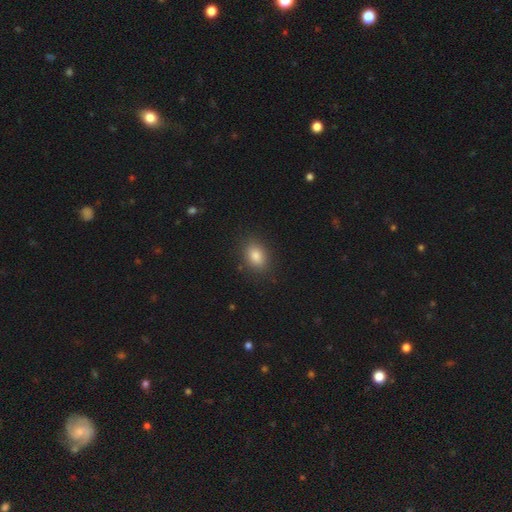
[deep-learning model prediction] Smooth or featured? smooth (84%)
How rounded? in between (72%)
Merging? none (86%)